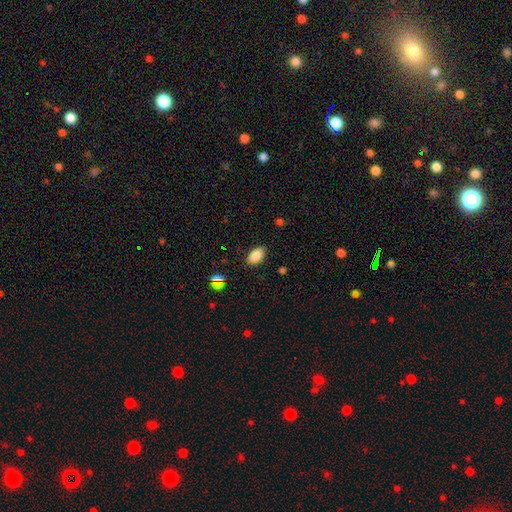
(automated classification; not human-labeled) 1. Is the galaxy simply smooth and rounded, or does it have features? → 84% smooth, 10% star or artifact, 6% featured or disk.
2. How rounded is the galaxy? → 91% in between, 7% round, 2% cigar-shaped.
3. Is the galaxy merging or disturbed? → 83% none, 13% minor disturbance, 3% major disturbance, 1% merger.